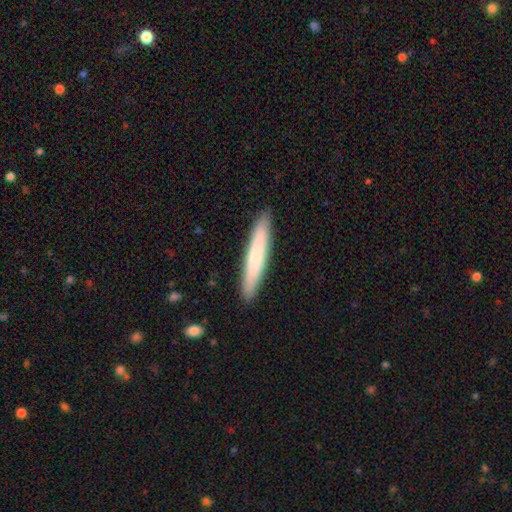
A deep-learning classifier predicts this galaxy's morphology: A smooth galaxy with no disk features (70%) that is cigar-shaped (94%). Merging: none (91%).